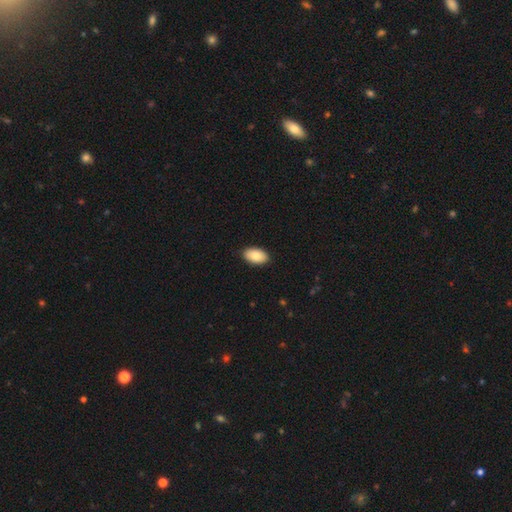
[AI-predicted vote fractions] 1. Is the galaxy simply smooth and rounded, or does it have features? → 86% smooth, 7% featured or disk, 6% star or artifact.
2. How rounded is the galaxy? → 95% in between, 4% round, 1% cigar-shaped.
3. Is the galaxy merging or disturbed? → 89% none, 8% minor disturbance, 2% major disturbance, 1% merger.